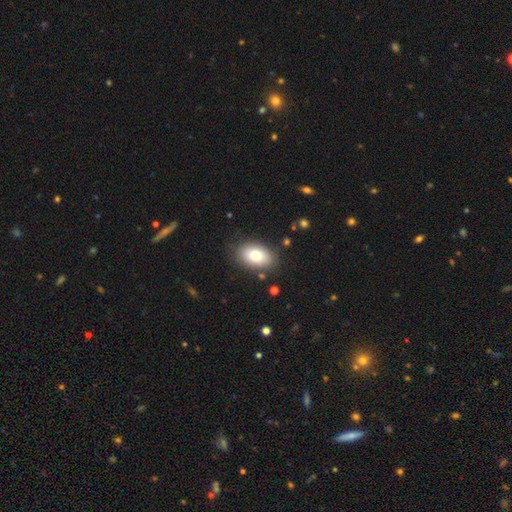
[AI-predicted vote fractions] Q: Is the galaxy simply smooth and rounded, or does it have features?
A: smooth — 77%.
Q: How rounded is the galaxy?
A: in between — 88%.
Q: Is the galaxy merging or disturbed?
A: none — 84%.